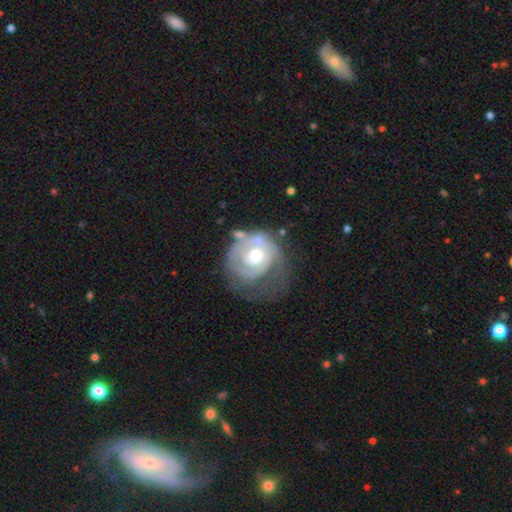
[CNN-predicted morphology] Smooth or featured? featured or disk (78%)
Edge-on disk? no (97%)
Bar? no (76%)
Spiral arms? yes (85%)
Spiral winding? tight (68%)
Spiral arm count? can't tell (31%)
Bulge size? moderate (71%)
Merging? none (44%)